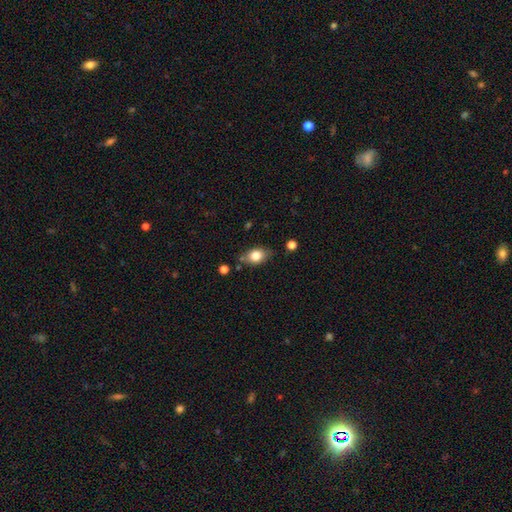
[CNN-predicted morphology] smooth_or_featured: smooth (p=0.80) [alt: featured or disk p=0.12]
how_rounded: in between (p=0.73) [alt: round p=0.25]
merging: none (p=0.72) [alt: minor disturbance p=0.19]